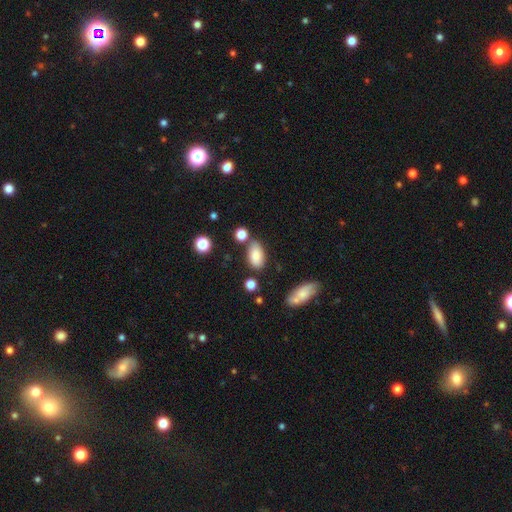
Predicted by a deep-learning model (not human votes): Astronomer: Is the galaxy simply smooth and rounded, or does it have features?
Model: smooth — 83%.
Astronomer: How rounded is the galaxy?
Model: in between — 92%.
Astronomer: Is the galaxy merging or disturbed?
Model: none — 67%.